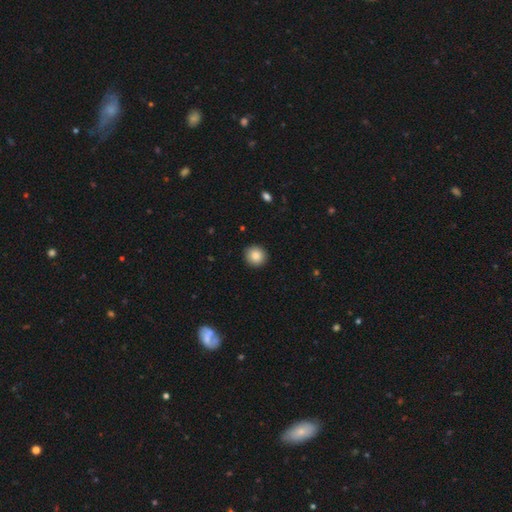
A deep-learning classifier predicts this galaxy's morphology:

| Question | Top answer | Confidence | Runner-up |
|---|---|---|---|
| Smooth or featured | smooth | 86% | star or artifact (9%) |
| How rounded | round | 92% | in between (7%) |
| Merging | none | 92% | minor disturbance (5%) |